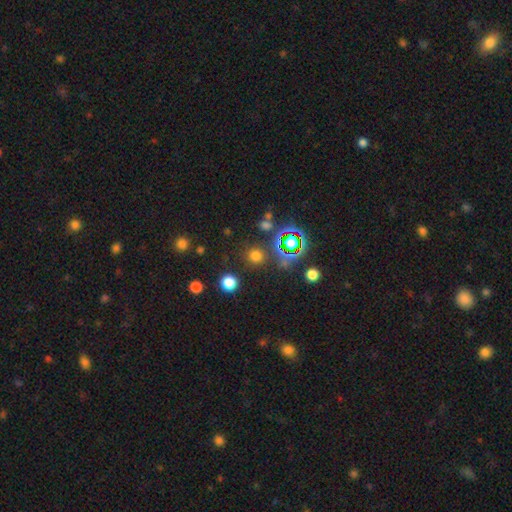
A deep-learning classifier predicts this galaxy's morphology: Overall: smooth (65%; star or artifact 29%). How rounded: round (91%). Merging: none (84%).